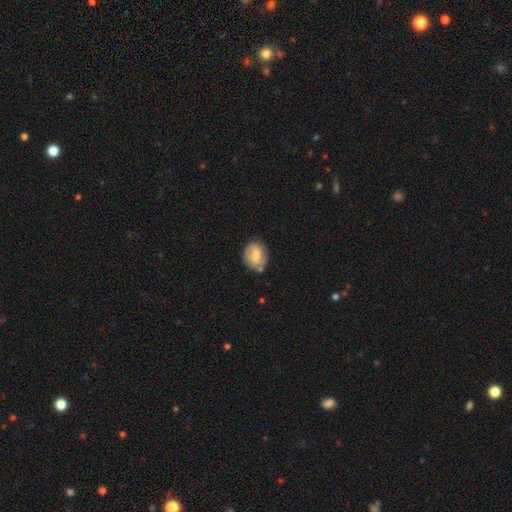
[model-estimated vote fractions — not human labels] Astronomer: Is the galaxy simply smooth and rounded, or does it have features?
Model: smooth — 54% (runner-up: featured or disk, 39%).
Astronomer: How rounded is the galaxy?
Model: round — 52% (runner-up: in between, 46%).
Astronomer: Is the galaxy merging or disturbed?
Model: none — 66%.